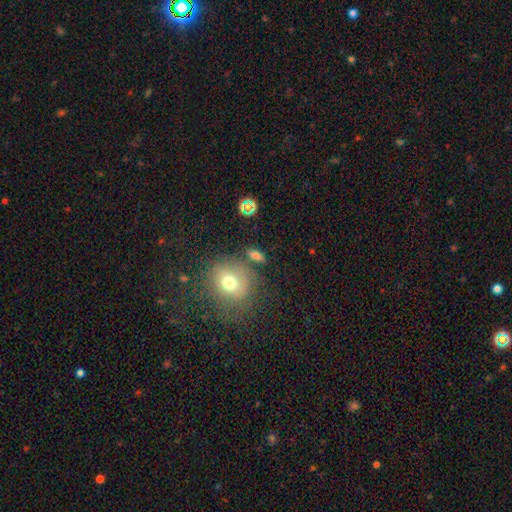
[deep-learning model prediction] The model was most divided on "how rounded": in between: 61%, round: 22%, cigar-shaped: 17%. More confident: merging — none (74%); smooth or featured — smooth (70%).